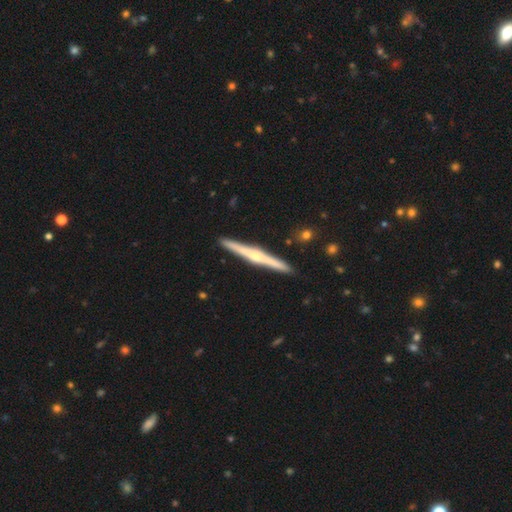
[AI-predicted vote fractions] Overall: featured or disk (75%). Edge-on disk: yes (98%). Edge-on bulge: rounded (76%). Merging: none (92%).